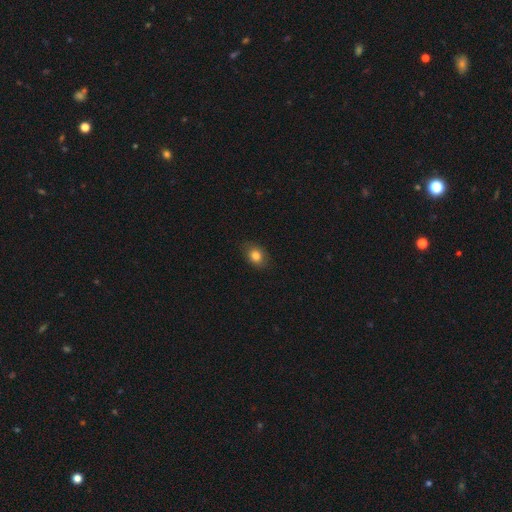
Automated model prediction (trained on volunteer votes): A smooth galaxy with no disk features (82%) that is in between round and cigar-shaped (66%). Merging: none (83%).